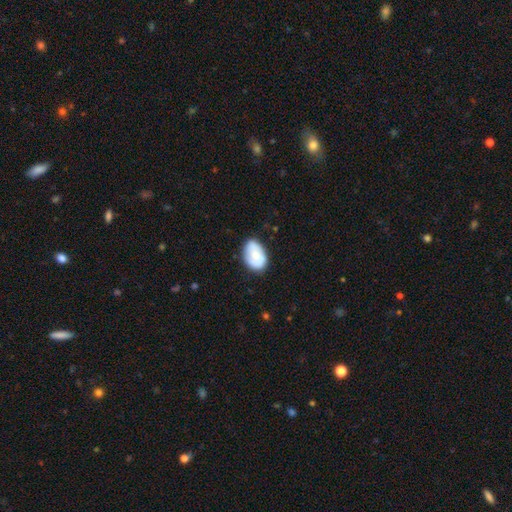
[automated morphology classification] The model was most divided on "smooth or featured": smooth: 68%, featured or disk: 25%, star or artifact: 7%. More confident: how rounded — in between (84%); merging — none (72%).